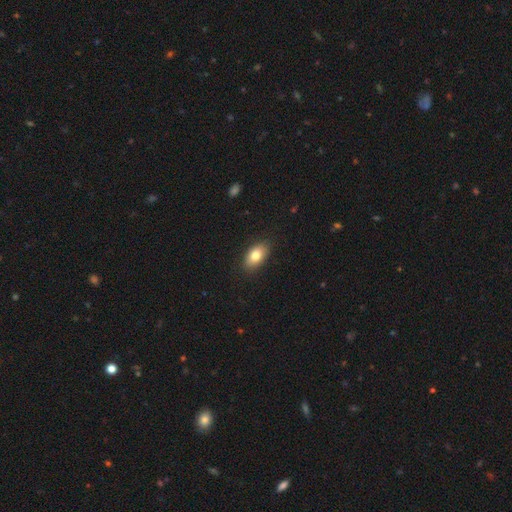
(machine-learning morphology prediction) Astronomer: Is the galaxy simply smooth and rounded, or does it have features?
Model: smooth — 79%.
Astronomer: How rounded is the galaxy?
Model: in between — 90%.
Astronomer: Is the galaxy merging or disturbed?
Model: none — 87%.